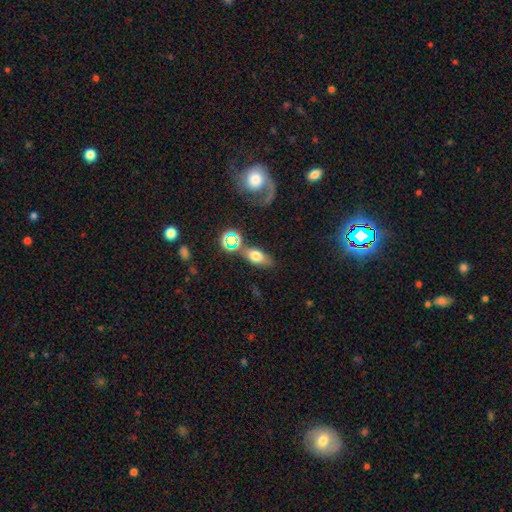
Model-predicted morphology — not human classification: Overall: smooth (65%). How rounded: in between (80%). Merging: none (67%).